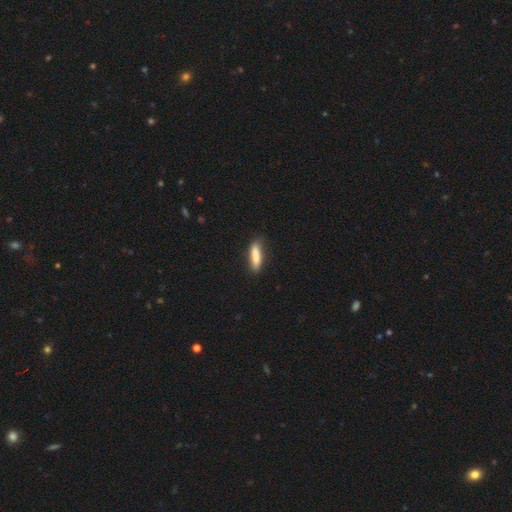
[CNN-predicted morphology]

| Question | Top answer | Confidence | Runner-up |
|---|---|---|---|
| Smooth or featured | smooth | 83% | featured or disk (11%) |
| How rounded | cigar-shaped | 72% | in between (26%) |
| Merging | none | 80% | minor disturbance (15%) |